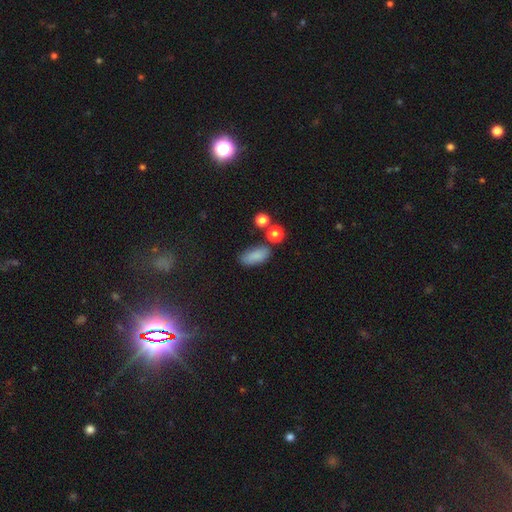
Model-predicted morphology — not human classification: Overall: smooth (84%). How rounded: in between (84%). Merging: none (70%).